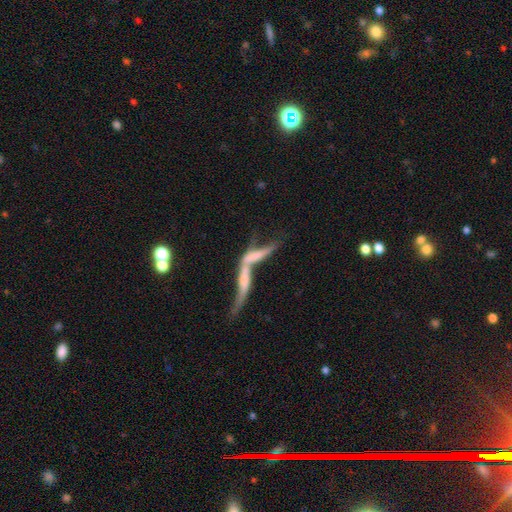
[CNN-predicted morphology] The model was most divided on "edge-on disk": no: 55%, yes: 45%. More confident: merging — merger (74%); smooth or featured — featured or disk (53%).